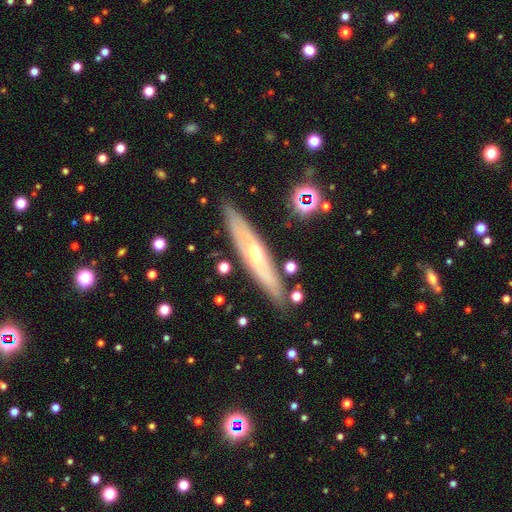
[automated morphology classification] Smooth or featured? featured or disk (63%)
Edge-on disk? yes (71%)
Merging? none (85%)